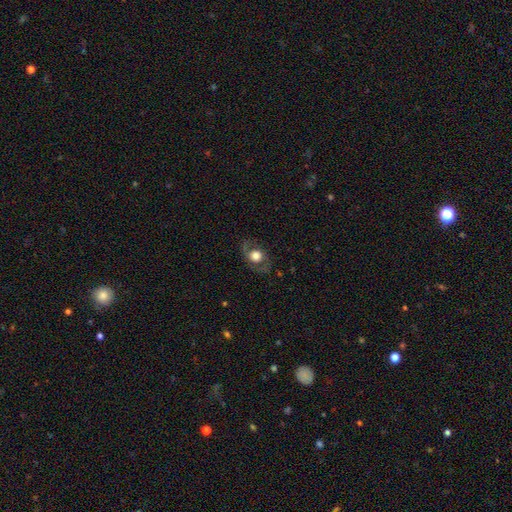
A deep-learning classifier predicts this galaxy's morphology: The model was most divided on "smooth or featured": featured or disk: 46%, smooth: 45%, star or artifact: 9%. More confident: merging — none (73%).